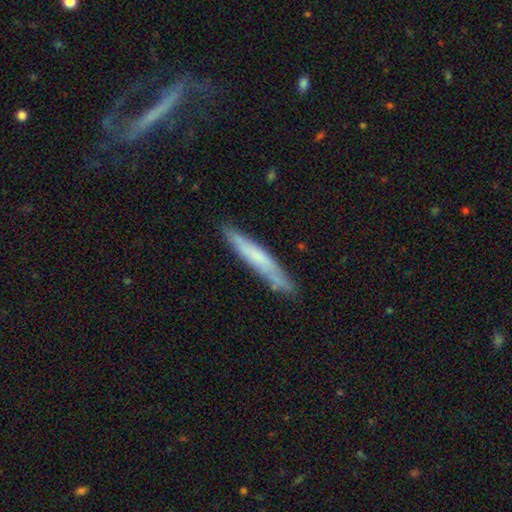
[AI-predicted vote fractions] This appears to be a smooth galaxy with no disk features (55%) that is cigar-shaped (94%). Merging: none (83%).